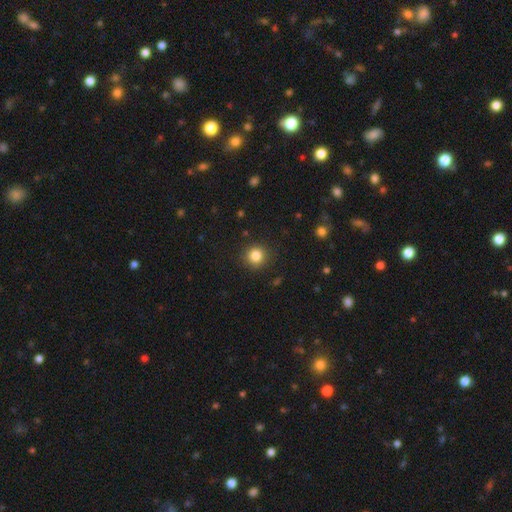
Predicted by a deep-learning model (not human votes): Smooth or featured? smooth (84%)
How rounded? round (92%)
Merging? none (90%)